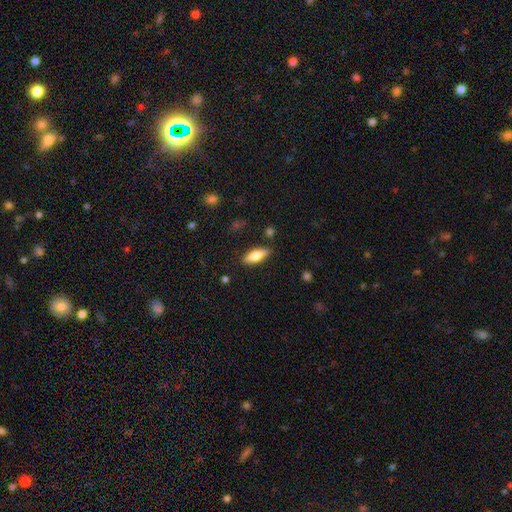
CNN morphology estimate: This appears to be a smooth galaxy with no disk features (69%) that is in between round and cigar-shaped (66%). Merging: none (86%).